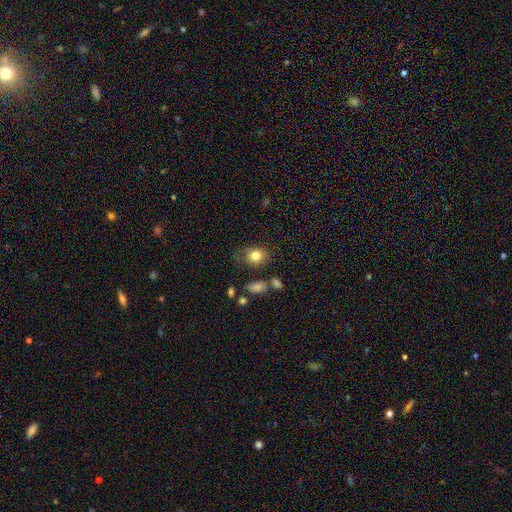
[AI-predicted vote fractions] smooth_or_featured: smooth (p=0.80) [alt: featured or disk p=0.10]
how_rounded: round (p=0.51) [alt: in between p=0.48]
merging: none (p=0.63) [alt: minor disturbance p=0.23]